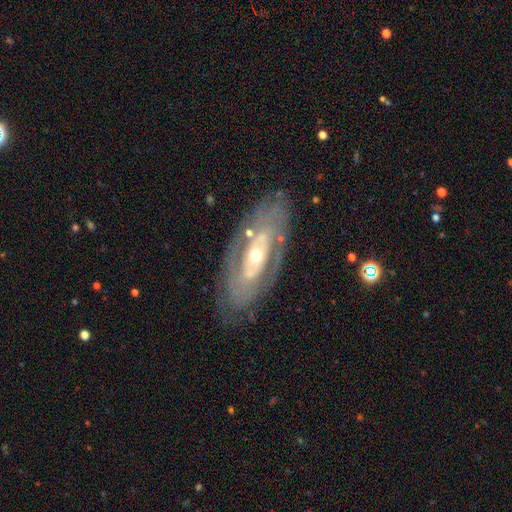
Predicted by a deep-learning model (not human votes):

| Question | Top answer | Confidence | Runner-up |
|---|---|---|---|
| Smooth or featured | featured or disk | 78% | smooth (16%) |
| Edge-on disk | no | 89% | yes (11%) |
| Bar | no | 66% | weak (20%) |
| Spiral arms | yes | 54% | no (46%) |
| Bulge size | moderate | 59% | small (35%) |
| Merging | none | 77% | minor disturbance (14%) |